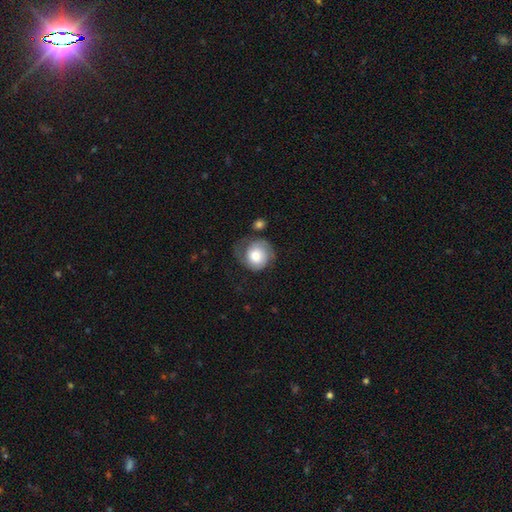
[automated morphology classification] smooth_or_featured: smooth (p=0.52) [alt: featured or disk p=0.41]
how_rounded: round (p=0.83) [alt: in between p=0.16]
merging: none (p=0.47) [alt: minor disturbance p=0.28]